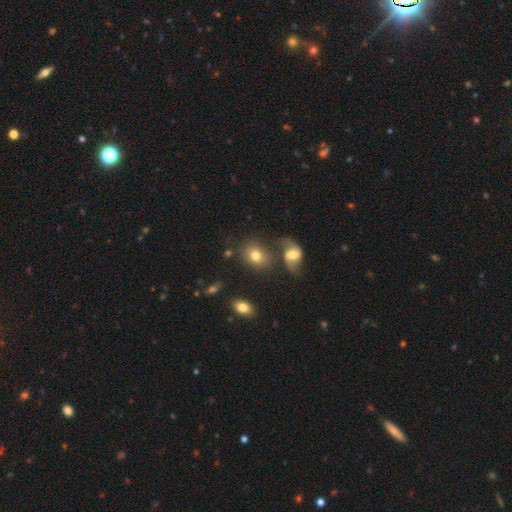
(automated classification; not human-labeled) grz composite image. It shows a smooth galaxy with no disk features (73%) that is in between round and cigar-shaped (59%). Merging: none (58%).